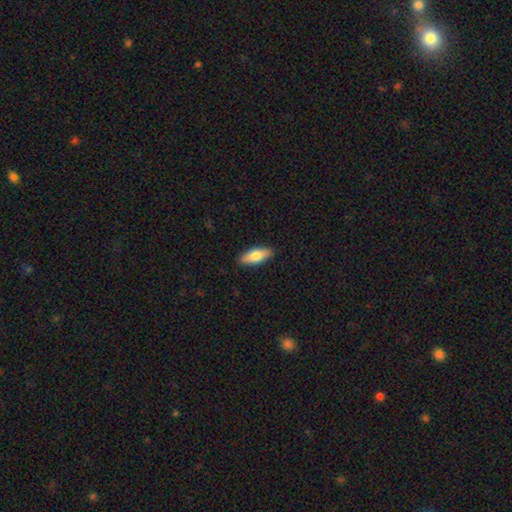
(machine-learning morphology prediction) A smooth galaxy with no disk features (77%) that is in between round and cigar-shaped (70%). Merging: none (89%).